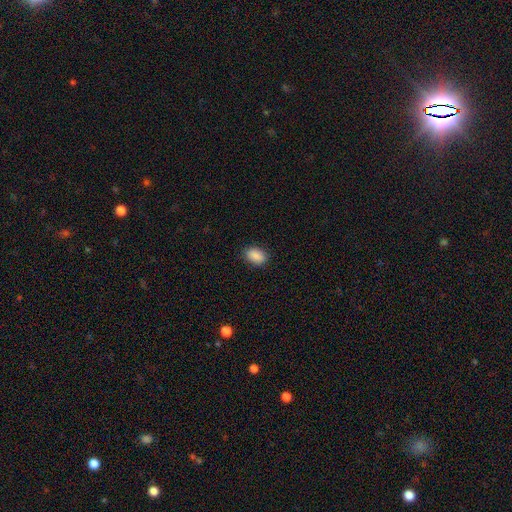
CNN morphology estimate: Q: Smooth or featured?
A: smooth (89%); runner-up: star or artifact (8%)
Q: How rounded?
A: in between (84%); runner-up: round (15%)
Q: Merging?
A: none (87%); runner-up: minor disturbance (9%)